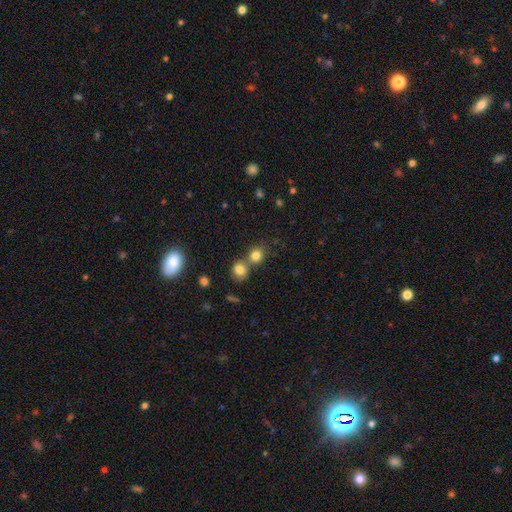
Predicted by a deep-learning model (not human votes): smooth-or-featured: smooth: 80% | star or artifact: 13% | featured or disk: 7%
  how-rounded: round: 82% | in between: 17% | cigar-shaped: 1%
  merging: none: 50% | merger: 40% | minor disturbance: 7% | major disturbance: 3%